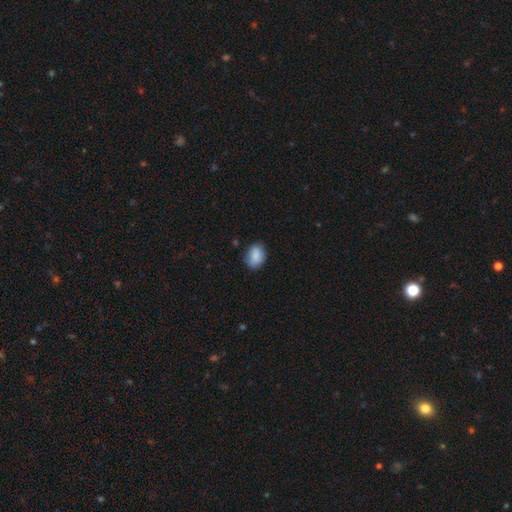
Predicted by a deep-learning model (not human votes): smooth 85%, featured or disk 8%, star or artifact 7%. Down the decision tree: how rounded — in between (74%); merging — none (76%).